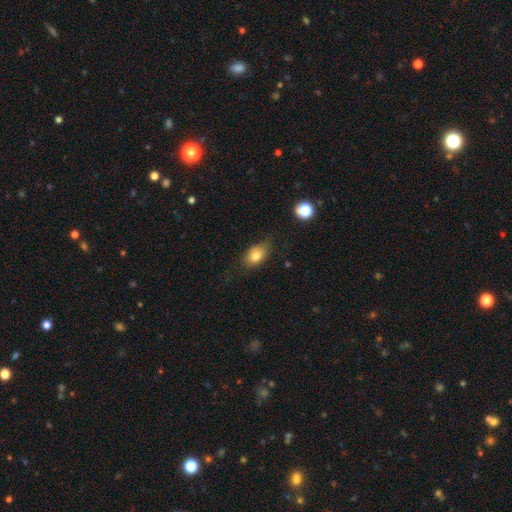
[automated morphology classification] The model was most divided on "merging": none: 60%, minor disturbance: 29%, major disturbance: 9%, merger: 2%. More confident: smooth or featured — smooth (78%); how rounded — in between (74%).